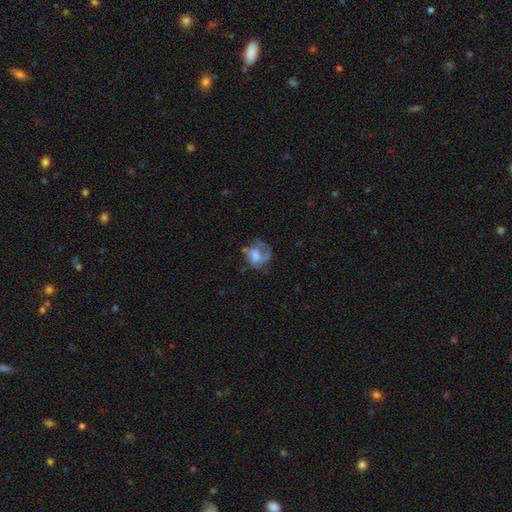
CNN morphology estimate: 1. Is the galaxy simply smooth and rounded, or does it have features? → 50% featured or disk, 40% smooth, 11% star or artifact.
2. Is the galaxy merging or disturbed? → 42% major disturbance, 33% none, 21% minor disturbance, 5% merger.